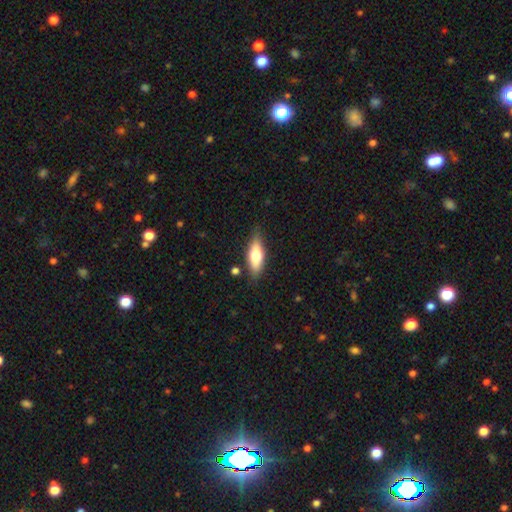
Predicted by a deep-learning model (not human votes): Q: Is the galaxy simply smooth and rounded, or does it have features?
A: smooth — 68%.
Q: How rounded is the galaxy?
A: in between — 63%.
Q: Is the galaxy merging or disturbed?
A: none — 81%.